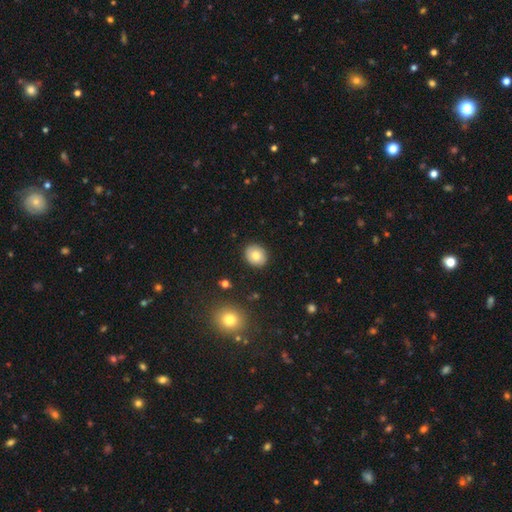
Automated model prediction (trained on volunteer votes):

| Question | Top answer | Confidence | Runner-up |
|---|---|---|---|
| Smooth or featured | smooth | 81% | featured or disk (10%) |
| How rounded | round | 62% | in between (37%) |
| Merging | none | 90% | minor disturbance (7%) |